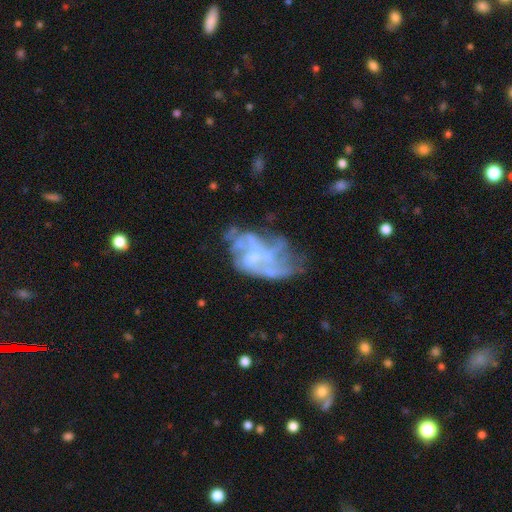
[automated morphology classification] Smooth or featured? featured or disk (74%)
Edge-on disk? no (97%)
Bar? no (72%)
Spiral arms? yes (59%)
Bulge size? small (39%)
Merging? none (39%)